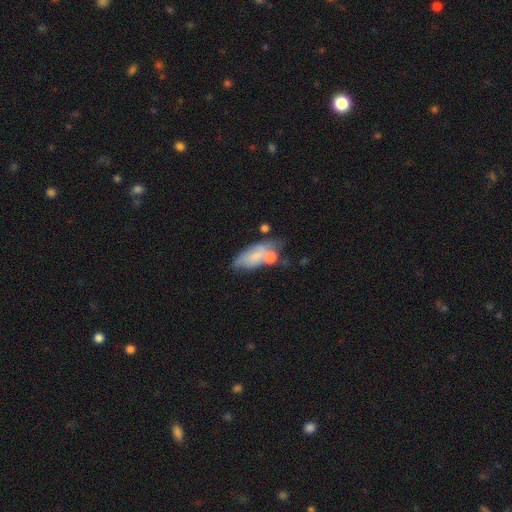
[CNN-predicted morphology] The model was most divided on "merging": none: 38%, minor disturbance: 25%, merger: 24%, major disturbance: 13%. More confident: how rounded — in between (85%); smooth or featured — smooth (63%).